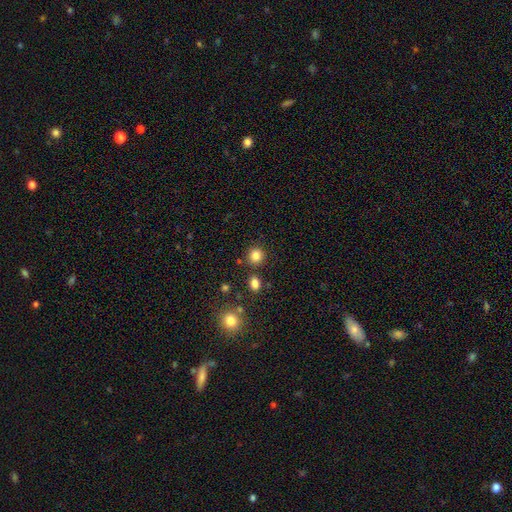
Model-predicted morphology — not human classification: type=smooth (84%); roundness=round (88%); merging=none (85%).